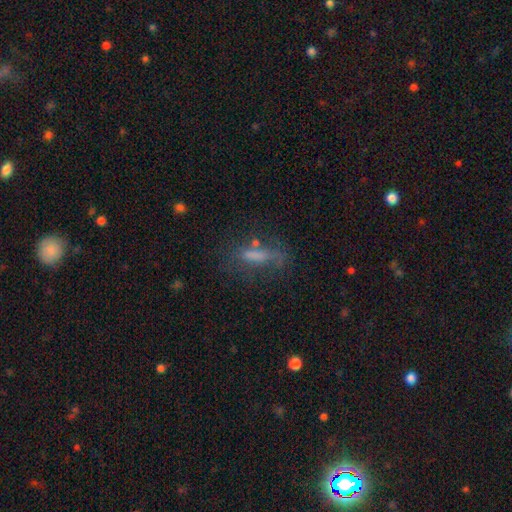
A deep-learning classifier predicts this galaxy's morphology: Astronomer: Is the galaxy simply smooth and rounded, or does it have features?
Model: smooth — 55% (runner-up: featured or disk, 30%).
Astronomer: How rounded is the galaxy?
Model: cigar-shaped — 62%.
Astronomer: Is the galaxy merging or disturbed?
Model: none — 52%.